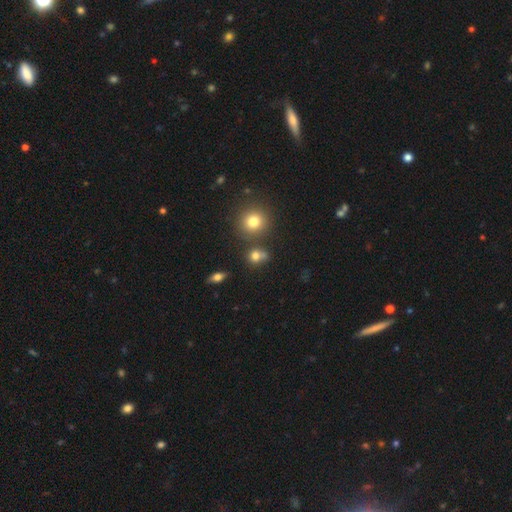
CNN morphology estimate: Overall: smooth (76%). How rounded: round (76%). Merging: none (62%).